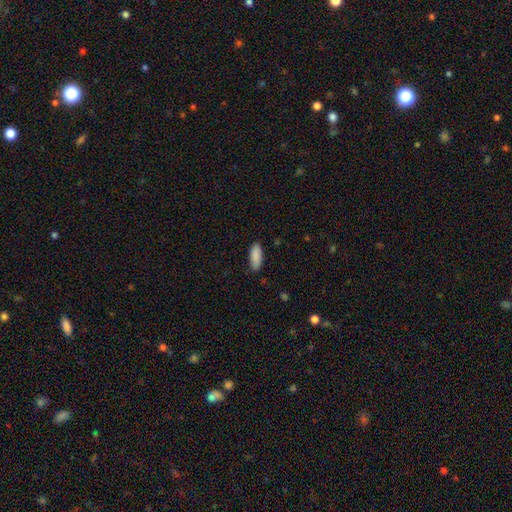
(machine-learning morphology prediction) Smooth or featured: smooth — 90% (star or artifact — 6%)
How rounded: in between — 77% (cigar-shaped — 22%)
Merging: none — 87% (minor disturbance — 10%)